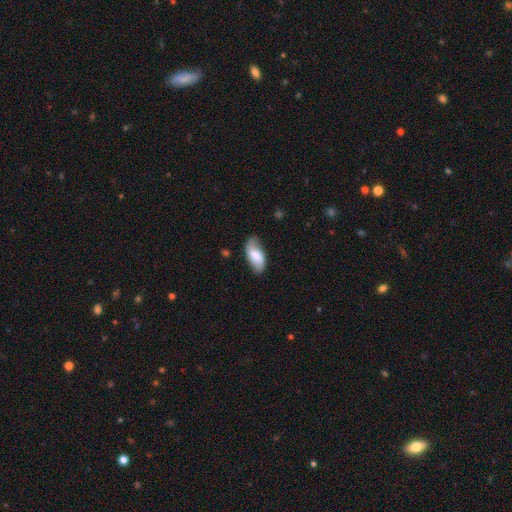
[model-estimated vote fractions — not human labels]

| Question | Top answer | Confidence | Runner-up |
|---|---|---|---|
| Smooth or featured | smooth | 57% | featured or disk (36%) |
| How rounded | in between | 91% | cigar-shaped (6%) |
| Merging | none | 71% | minor disturbance (22%) |